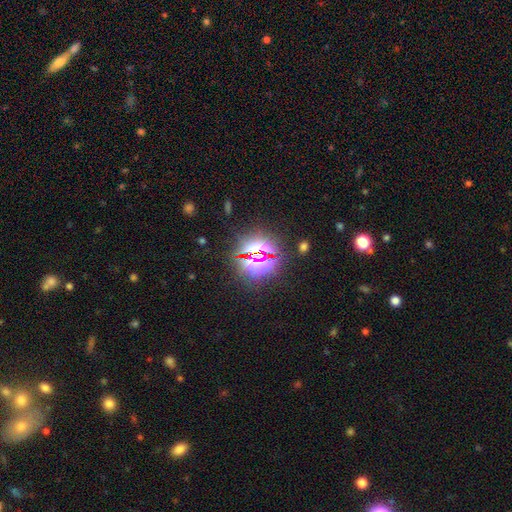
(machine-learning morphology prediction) Smooth or featured? star or artifact (78%)